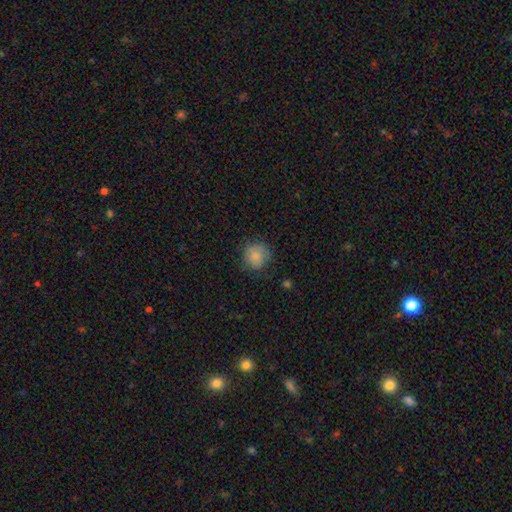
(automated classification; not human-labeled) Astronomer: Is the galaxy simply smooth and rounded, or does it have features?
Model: smooth — 82%.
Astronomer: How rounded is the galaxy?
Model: round — 88%.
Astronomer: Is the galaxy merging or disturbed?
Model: none — 75%.